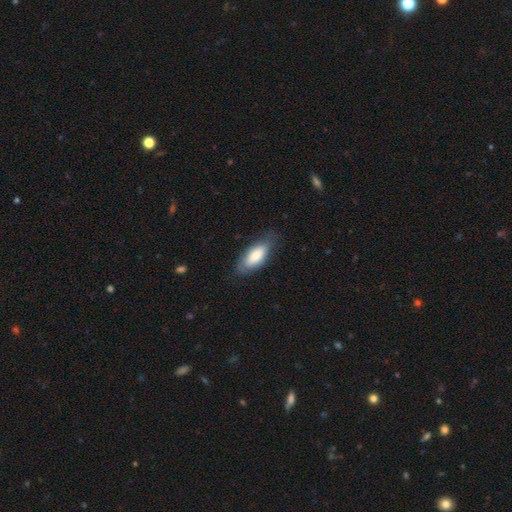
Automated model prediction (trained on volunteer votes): A smooth galaxy with no disk features (78%) that is in between round and cigar-shaped (80%).

Vote fractions:
- Smooth or featured? smooth: 78% / featured or disk: 16% / star or artifact: 6%
- How rounded? in between: 80% / cigar-shaped: 18% / round: 2%
- Merging? none: 72% / minor disturbance: 22% / major disturbance: 5% / merger: 1%